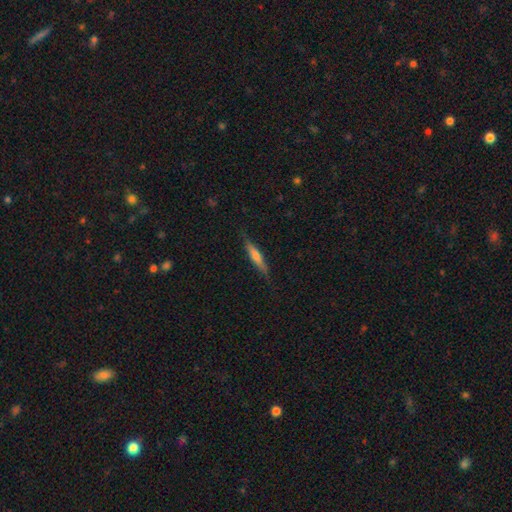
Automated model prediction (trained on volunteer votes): A smooth galaxy with no disk features (53%) that is cigar-shaped (88%). Merging: none (84%).